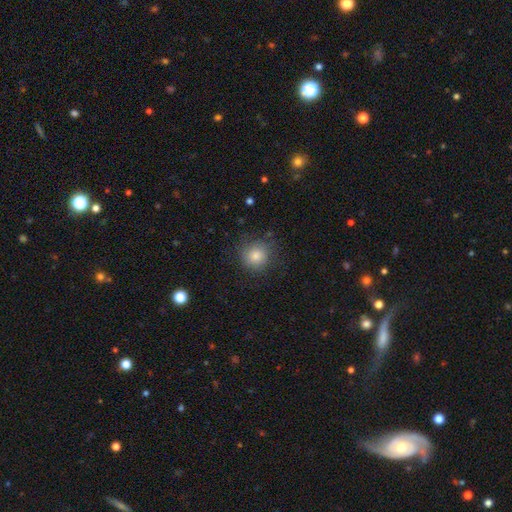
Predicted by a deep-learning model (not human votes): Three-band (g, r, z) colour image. It shows a smooth galaxy with no disk features (81%) that is round (91%). Merging: none (79%).